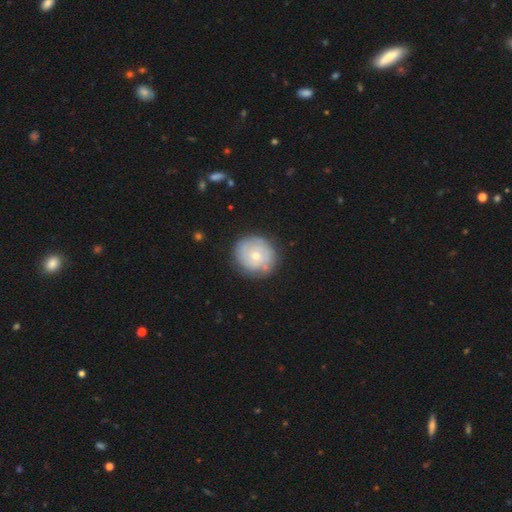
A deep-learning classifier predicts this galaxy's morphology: type=featured or disk (61%); edge-on=no (98%); bar=no (79%); spiral arms=yes (78%); bulge=small (53%); merging=none (80%).